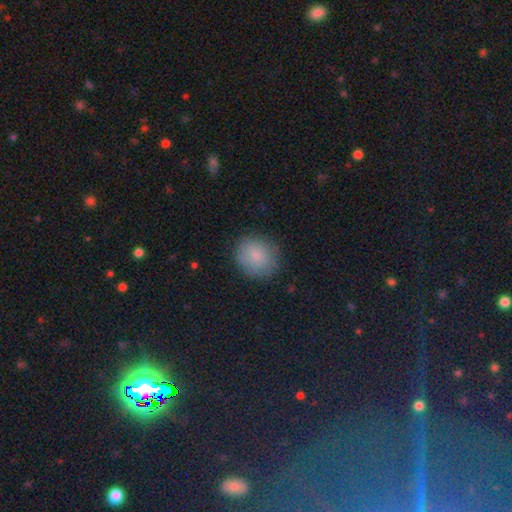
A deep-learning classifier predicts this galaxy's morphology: type=smooth (83%); roundness=round (77%); merging=none (82%).